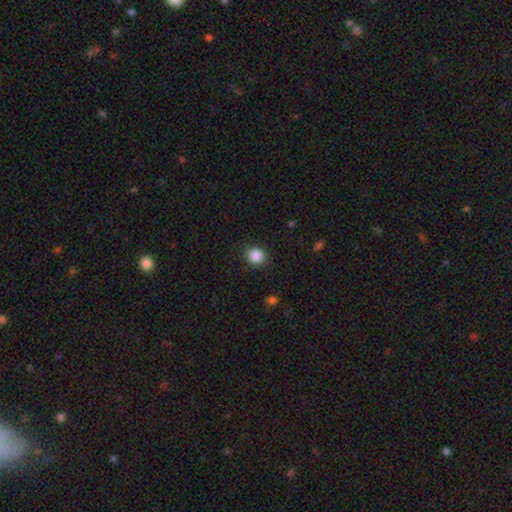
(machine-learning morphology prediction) The model was most divided on "how rounded": round: 80%, in between: 19%, cigar-shaped: 1%. More confident: merging — none (88%); smooth or featured — smooth (86%).